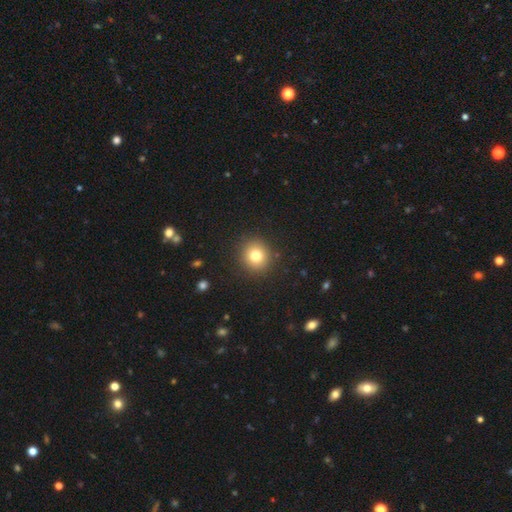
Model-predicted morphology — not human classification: Smooth or featured? smooth (79%)
How rounded? round (89%)
Merging? none (90%)